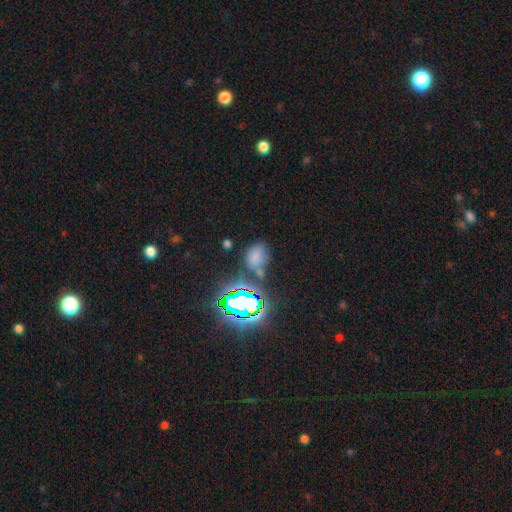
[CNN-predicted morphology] Smooth or featured? Predicted: smooth (p=0.57). How rounded? Predicted: in between (p=0.72). Merging? Predicted: none (p=0.58).